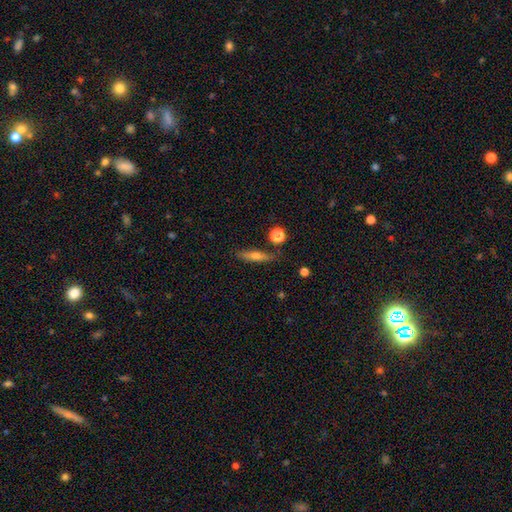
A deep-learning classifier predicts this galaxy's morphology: This appears to be a smooth galaxy with no disk features (51%) that is cigar-shaped (79%). Merging: none (81%).